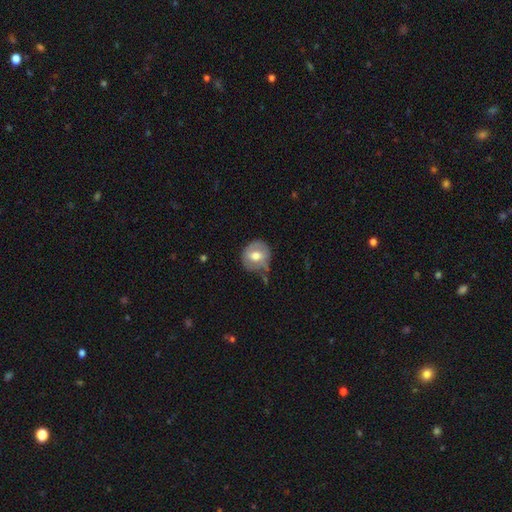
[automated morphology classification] This is possibly a smooth galaxy (58%). How rounded: clearly round (82%). Merging: possibly none (57%).